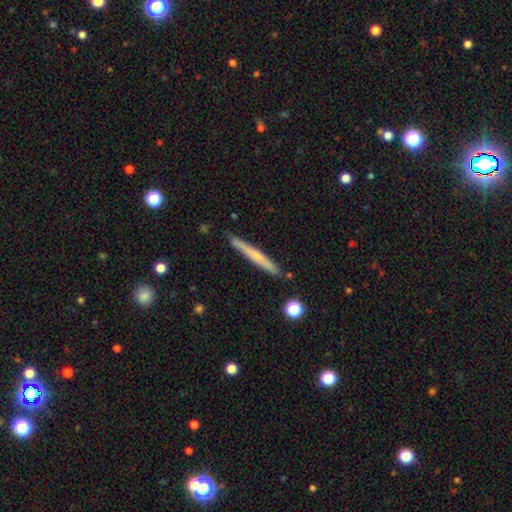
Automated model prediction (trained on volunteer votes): This is possibly a smooth galaxy (52%). How rounded: clearly cigar-shaped (96%). Merging: clearly none (87%).